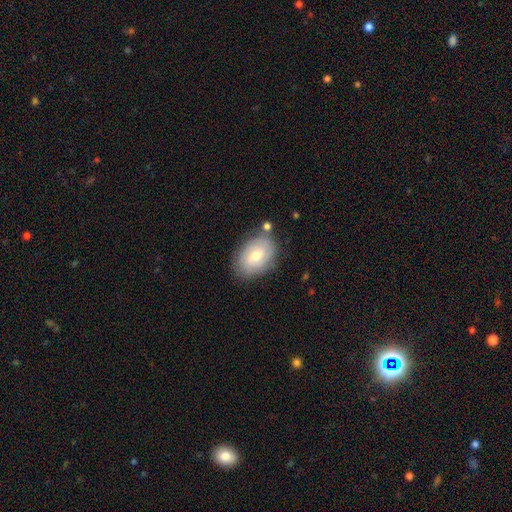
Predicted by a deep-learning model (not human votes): smooth_or_featured: smooth (p=0.55) [alt: featured or disk p=0.37]
how_rounded: in between (p=0.82) [alt: round p=0.17]
merging: none (p=0.75) [alt: minor disturbance p=0.16]